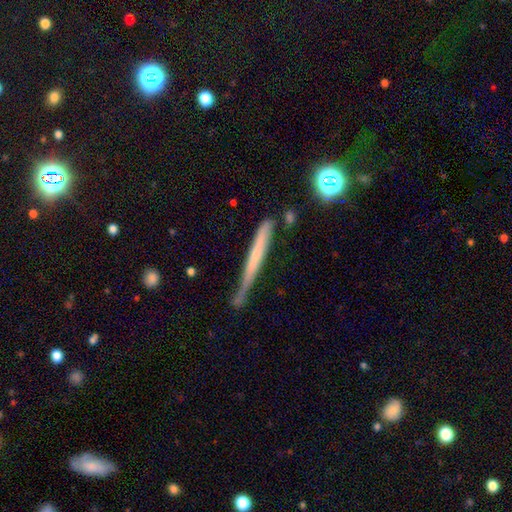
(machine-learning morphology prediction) Smooth or featured: smooth — 48% (featured or disk — 44%)
Merging: none — 53% (minor disturbance — 29%)